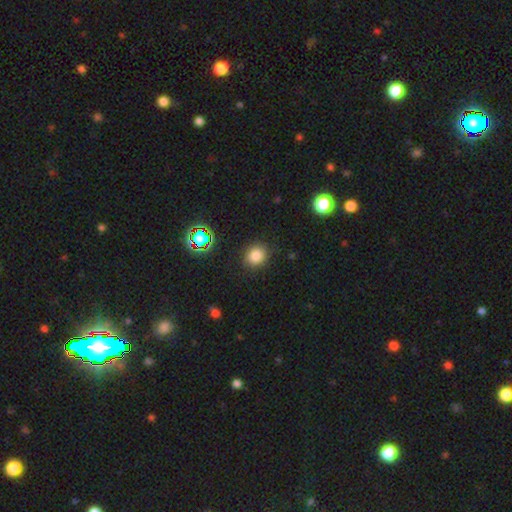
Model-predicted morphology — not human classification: Q: Smooth or featured?
A: smooth (80%); runner-up: star or artifact (15%)
Q: How rounded?
A: round (80%); runner-up: in between (19%)
Q: Merging?
A: none (87%); runner-up: minor disturbance (9%)